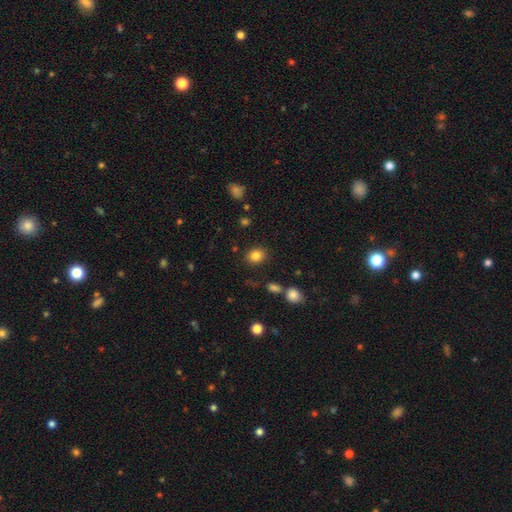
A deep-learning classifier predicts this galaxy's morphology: Overall: smooth (84%). How rounded: round (58%; in between 41%). Merging: none (85%).